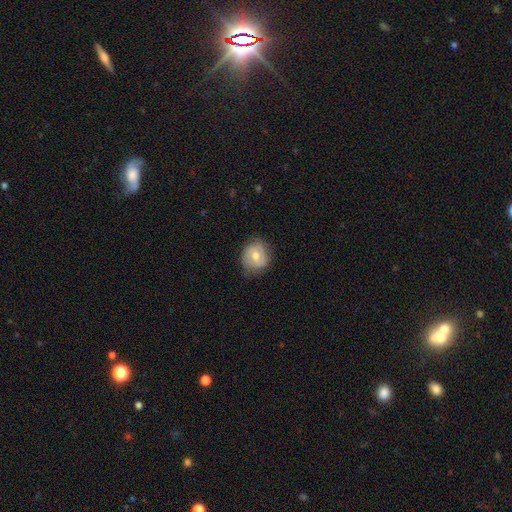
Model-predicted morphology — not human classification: type=smooth (49%); merging=none (77%).